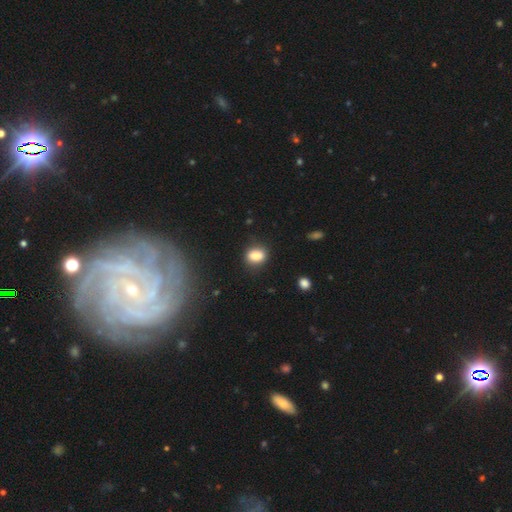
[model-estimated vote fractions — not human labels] This appears to be a smooth galaxy with no disk features (83%) that is in between round and cigar-shaped (67%). Merging: none (82%).